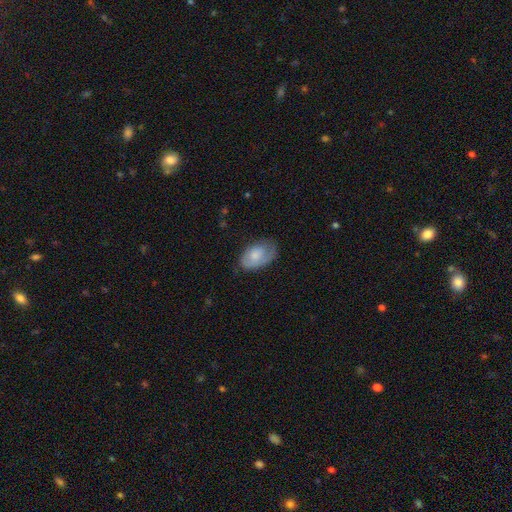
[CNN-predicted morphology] Q: Smooth or featured?
A: smooth (65%); runner-up: featured or disk (28%)
Q: How rounded?
A: in between (91%); runner-up: round (7%)
Q: Merging?
A: none (59%); runner-up: minor disturbance (29%)